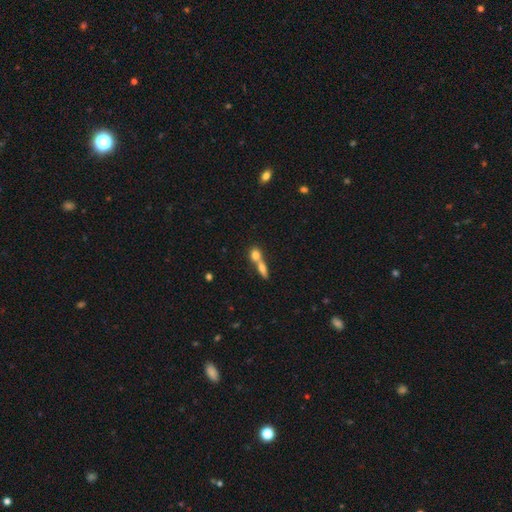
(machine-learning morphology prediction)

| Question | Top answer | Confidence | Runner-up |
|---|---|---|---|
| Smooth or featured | smooth | 71% | featured or disk (20%) |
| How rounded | in between | 41% | tied: round (41%) |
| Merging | merger | 63% | none (27%) |